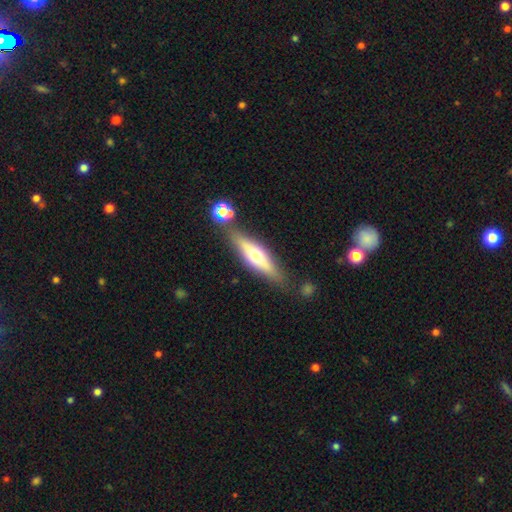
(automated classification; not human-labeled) Smooth or featured: featured or disk — 48% (smooth — 44%)
Merging: none — 77% (minor disturbance — 13%)